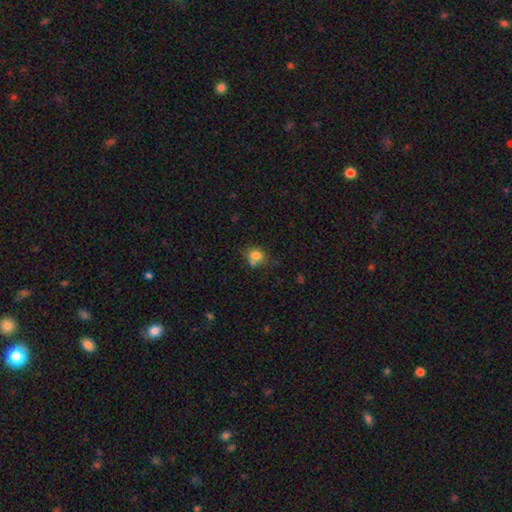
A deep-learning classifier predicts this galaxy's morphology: This is likely a smooth galaxy (79%). How rounded: likely round (67%). Merging: possibly none (57%).